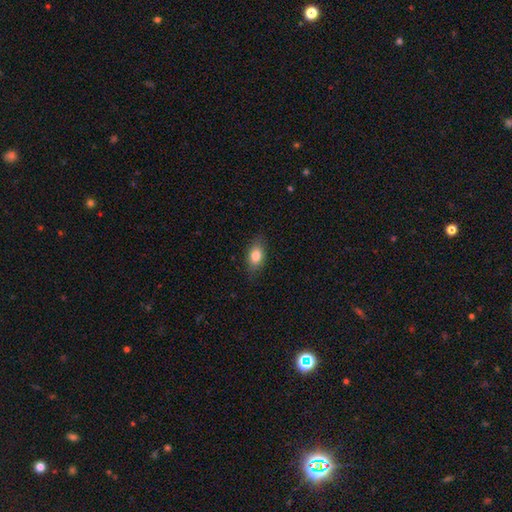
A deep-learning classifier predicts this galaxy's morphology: Smooth or featured? smooth (81%)
How rounded? in between (84%)
Merging? none (82%)